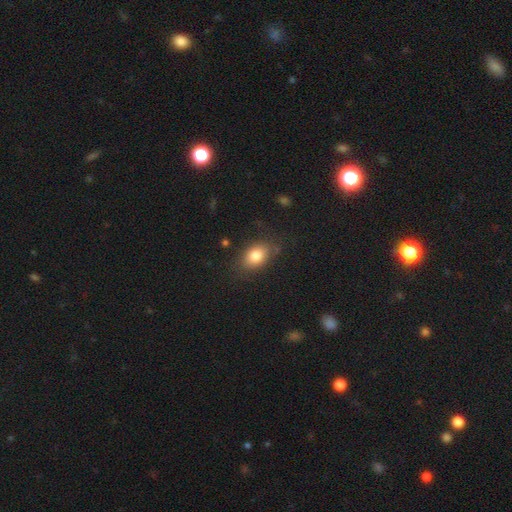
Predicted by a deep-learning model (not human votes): Q: Smooth or featured?
A: smooth (81%); runner-up: featured or disk (10%)
Q: How rounded?
A: in between (81%); runner-up: round (17%)
Q: Merging?
A: none (77%); runner-up: minor disturbance (16%)